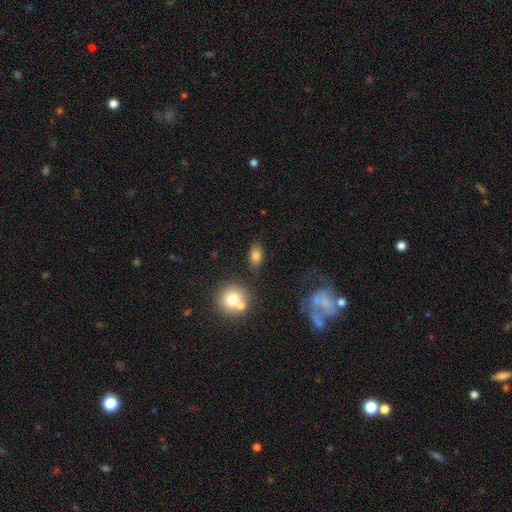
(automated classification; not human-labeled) Q: Smooth or featured?
A: smooth (80%); runner-up: star or artifact (11%)
Q: How rounded?
A: in between (86%); runner-up: round (12%)
Q: Merging?
A: none (78%); runner-up: minor disturbance (12%)